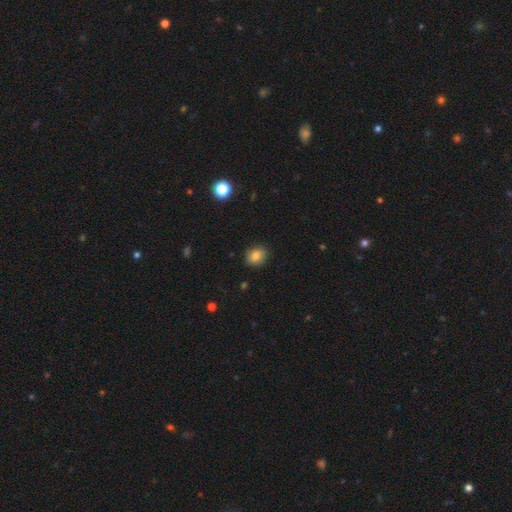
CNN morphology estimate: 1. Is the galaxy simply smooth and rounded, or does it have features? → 82% smooth, 10% star or artifact, 7% featured or disk.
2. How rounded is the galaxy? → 58% round, 41% in between, 1% cigar-shaped.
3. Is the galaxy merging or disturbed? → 87% none, 9% minor disturbance, 2% major disturbance, 1% merger.